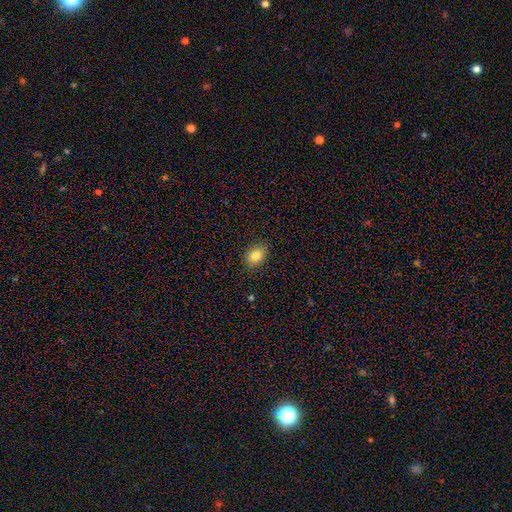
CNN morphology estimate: This appears to be a smooth galaxy with no disk features (82%) that is in between round and cigar-shaped (60%). Merging: none (87%).